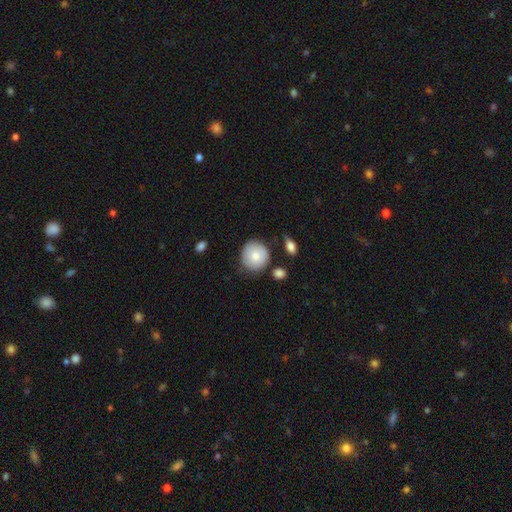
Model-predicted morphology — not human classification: This is likely a smooth galaxy (78%). How rounded: clearly round (89%). Merging: likely none (76%).